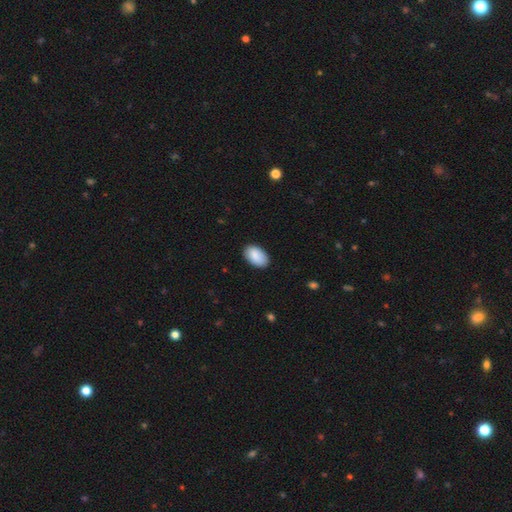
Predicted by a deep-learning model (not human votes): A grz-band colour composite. It shows a smooth galaxy with no disk features (90%) that is in between round and cigar-shaped (94%). Merging: none (87%).